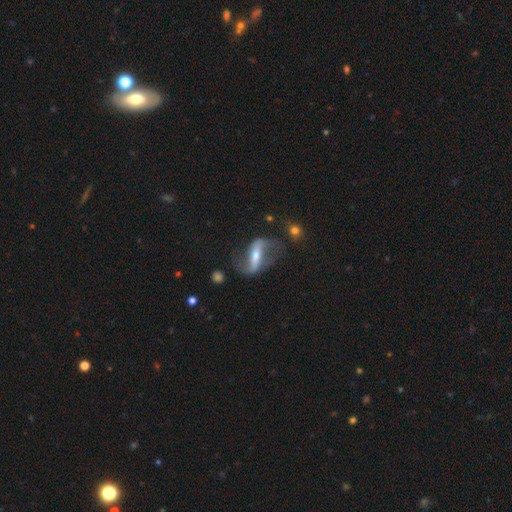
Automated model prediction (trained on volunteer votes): Smooth or featured? featured or disk (78%)
Edge-on disk? no (84%)
Bar? strong (68%)
Spiral arms? yes (85%)
Spiral winding? loose (72%)
Spiral arm count? 2 (89%)
Bulge size? moderate (50%)
Merging? none (58%)